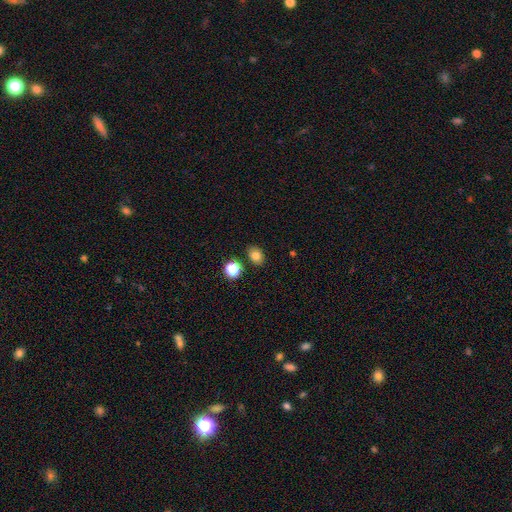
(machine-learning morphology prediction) smooth 79%, star or artifact 14%, featured or disk 7%. Down the decision tree: how rounded — in between (59%); merging — none (84%).